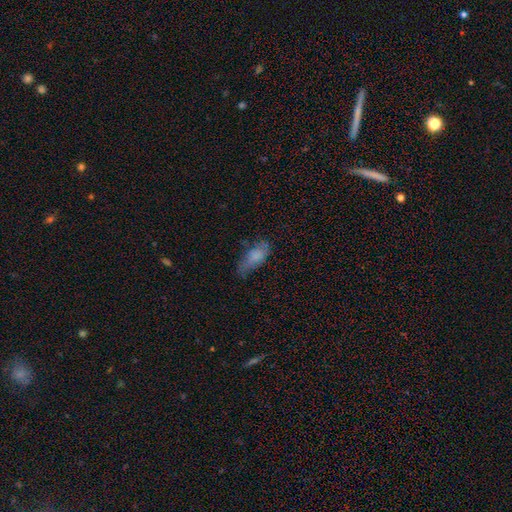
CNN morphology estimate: smooth 74%, featured or disk 18%, star or artifact 9%. Down the decision tree: how rounded — in between (84%); merging — none (49%).